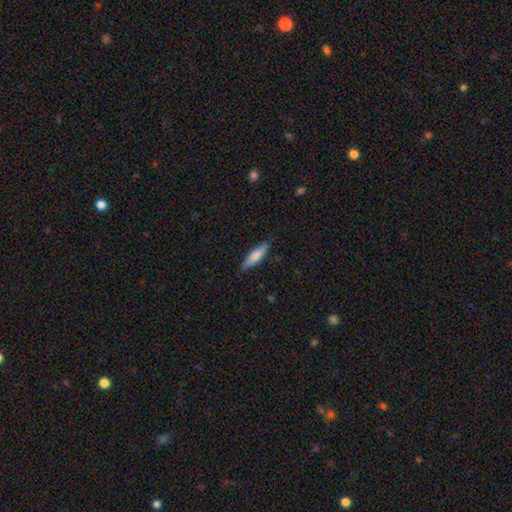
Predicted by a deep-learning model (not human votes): A smooth galaxy with no disk features (73%) that is cigar-shaped (67%).

Vote fractions:
- Smooth or featured? smooth: 73% / featured or disk: 21% / star or artifact: 6%
- How rounded? cigar-shaped: 67% / in between: 31% / round: 2%
- Merging? none: 81% / minor disturbance: 15% / major disturbance: 3% / merger: 1%